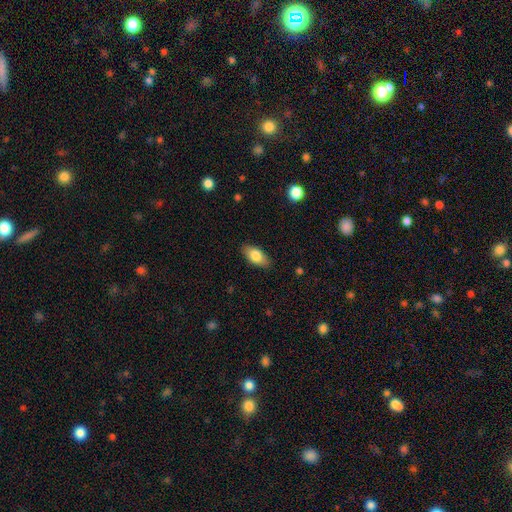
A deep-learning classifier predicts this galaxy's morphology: smooth 80%, featured or disk 14%, star or artifact 7%. Down the decision tree: how rounded — in between (90%); merging — none (87%).